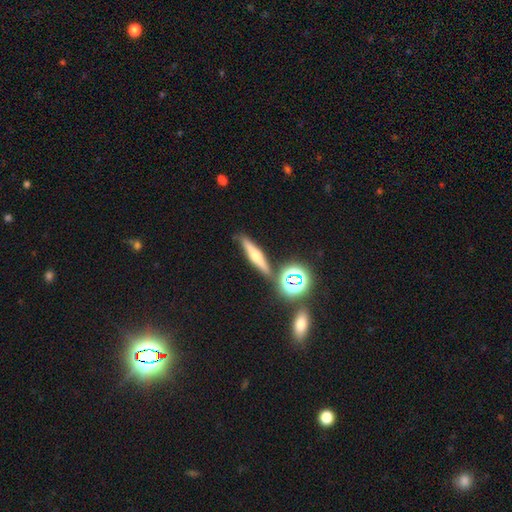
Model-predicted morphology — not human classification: smooth_or_featured: featured or disk (p=0.47) [alt: smooth p=0.35]
merging: none (p=0.83) [alt: minor disturbance p=0.08]